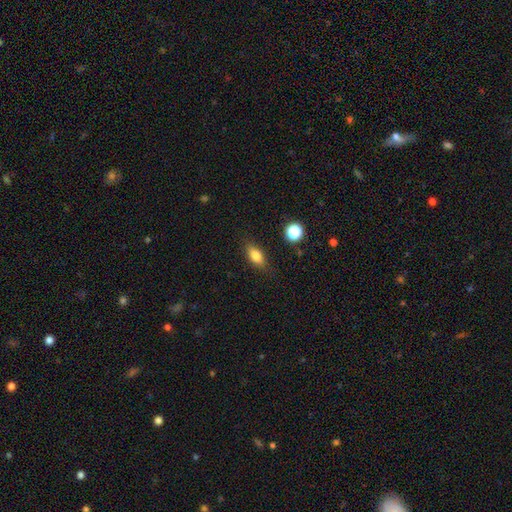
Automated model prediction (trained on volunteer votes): Q: Smooth or featured?
A: smooth (79%); runner-up: featured or disk (12%)
Q: How rounded?
A: in between (80%); runner-up: cigar-shaped (12%)
Q: Merging?
A: none (83%); runner-up: minor disturbance (12%)